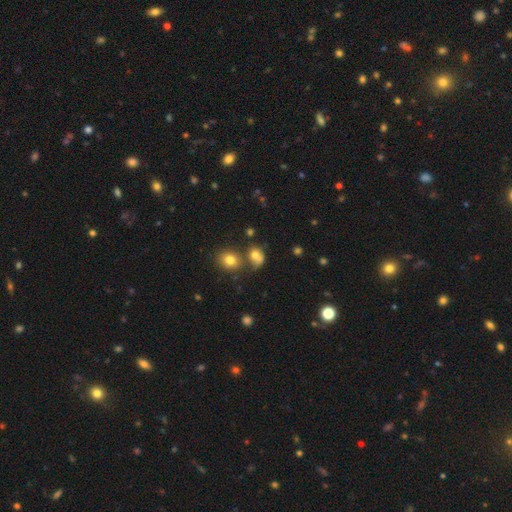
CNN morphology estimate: Overall: smooth (72%). How rounded: round (49%, tied with in between). Merging: none (42%; merger 29%).